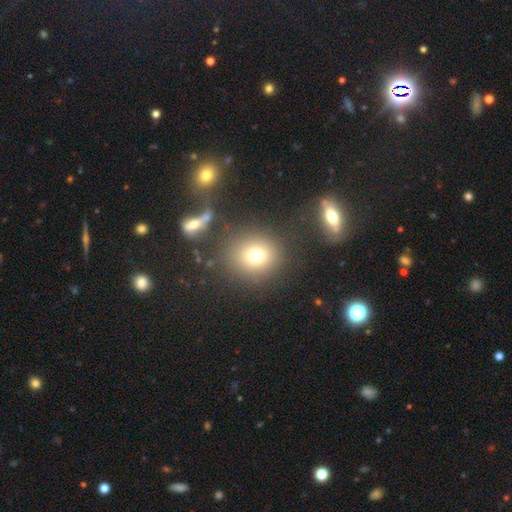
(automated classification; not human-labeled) Smooth or featured: smooth — 73% (star or artifact — 15%)
How rounded: round — 83% (in between — 16%)
Merging: none — 79% (minor disturbance — 9%)